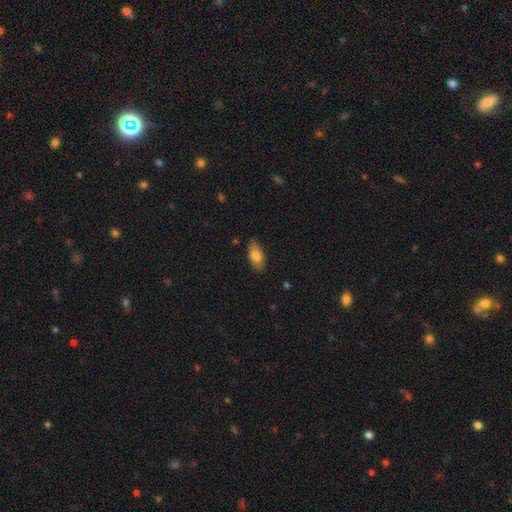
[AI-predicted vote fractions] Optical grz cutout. It shows a smooth galaxy with no disk features (77%) that is in between round and cigar-shaped (89%). Merging: none (86%).